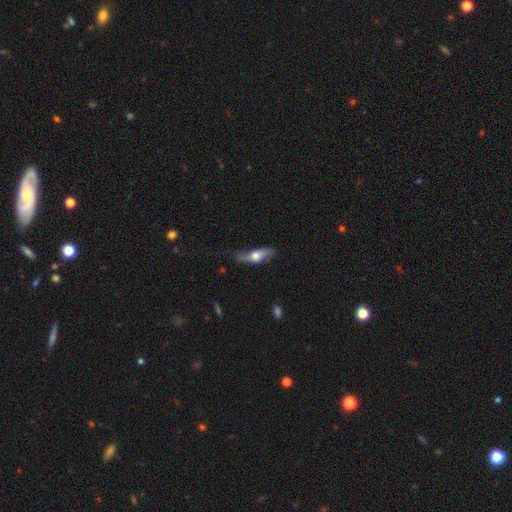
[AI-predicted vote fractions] A smooth galaxy with no disk features (47%). Merging: none (65%).